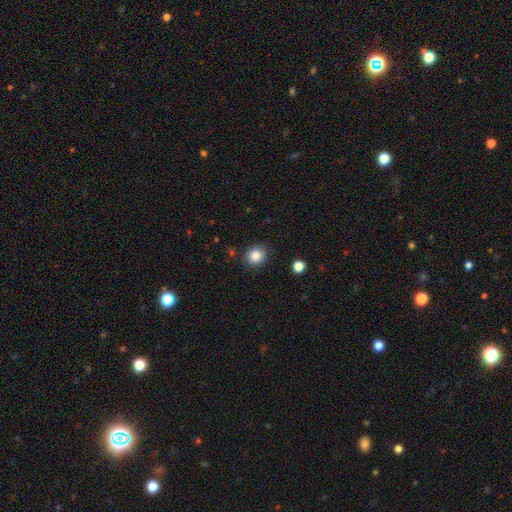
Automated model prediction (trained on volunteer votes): Smooth or featured?
  - smooth: 84% *
  - star or artifact: 10%
  - featured or disk: 6%
How rounded?
  - round: 80% *
  - in between: 19%
  - cigar-shaped: 1%
Merging?
  - none: 87% *
  - minor disturbance: 9%
  - major disturbance: 2%
  - merger: 2%